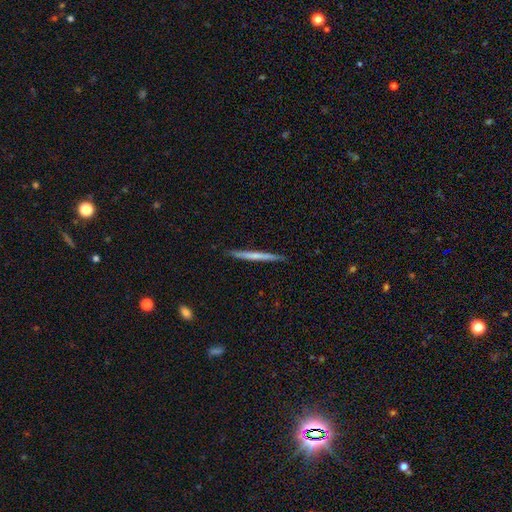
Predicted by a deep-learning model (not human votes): The model was most divided on "smooth or featured": smooth: 53%, featured or disk: 41%, star or artifact: 6%. More confident: how rounded — cigar-shaped (97%); merging — none (90%).